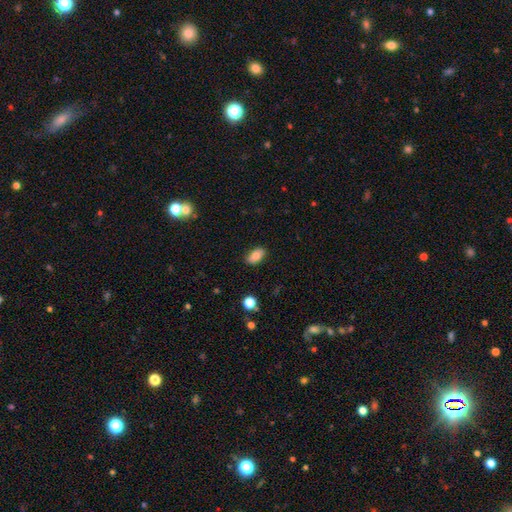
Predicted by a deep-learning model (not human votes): Smooth or featured?
  - smooth: 81% *
  - featured or disk: 11%
  - star or artifact: 8%
How rounded?
  - in between: 91% *
  - round: 5%
  - cigar-shaped: 4%
Merging?
  - none: 86% *
  - minor disturbance: 11%
  - major disturbance: 2%
  - merger: 1%